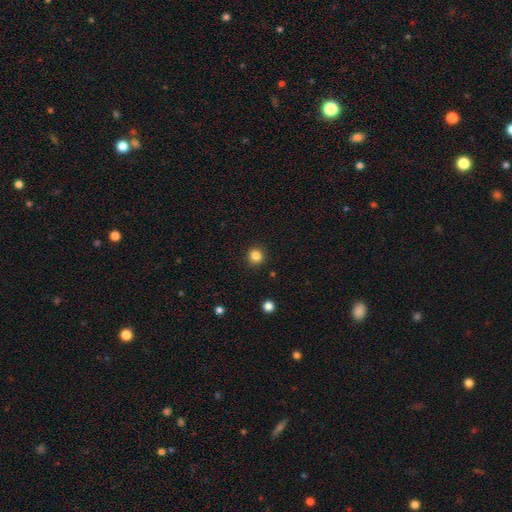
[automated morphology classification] This appears to be a smooth galaxy with no disk features (83%) that is round (93%). Merging: none (92%).